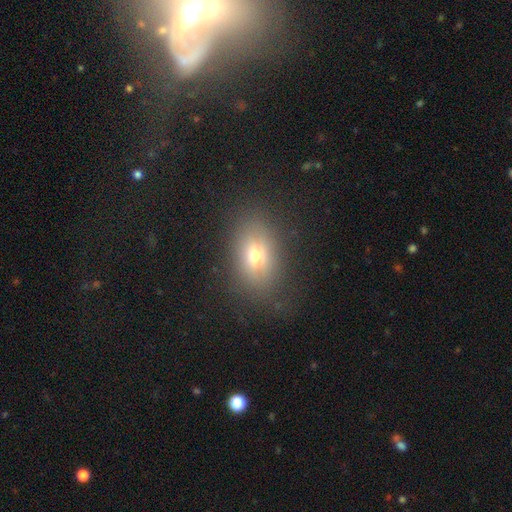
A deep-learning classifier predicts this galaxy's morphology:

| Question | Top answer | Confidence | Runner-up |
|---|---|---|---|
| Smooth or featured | smooth | 60% | featured or disk (25%) |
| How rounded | in between | 73% | round (23%) |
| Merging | none | 78% | minor disturbance (14%) |